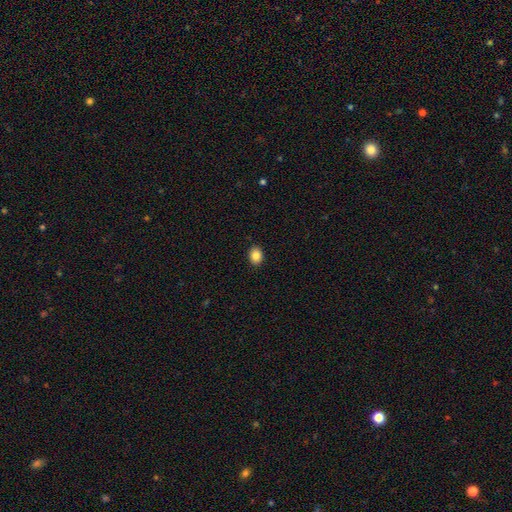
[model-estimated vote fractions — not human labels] smooth-or-featured: smooth: 85% | star or artifact: 9% | featured or disk: 6%
  how-rounded: in between: 59% | round: 40% | cigar-shaped: 1%
  merging: none: 91% | minor disturbance: 7% | major disturbance: 2% | merger: 1%